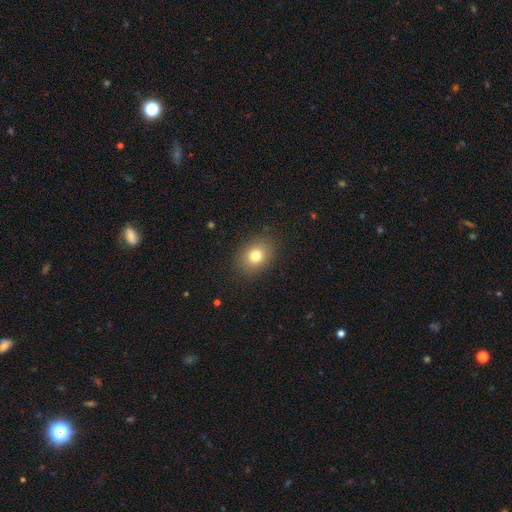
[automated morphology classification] Overall: smooth (78%). How rounded: in between (55%; round 45%). Merging: none (88%).